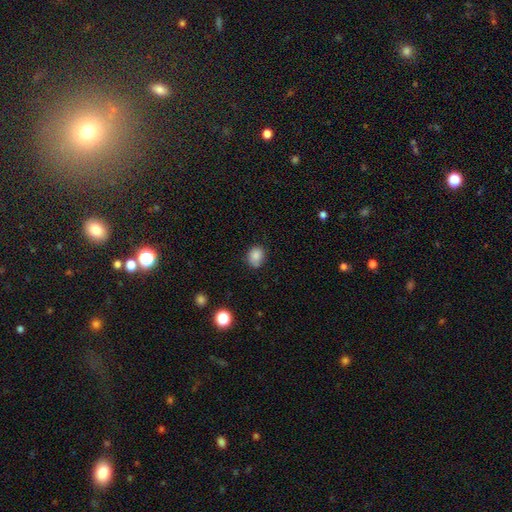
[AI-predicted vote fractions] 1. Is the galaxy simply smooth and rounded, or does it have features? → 84% smooth, 10% star or artifact, 6% featured or disk.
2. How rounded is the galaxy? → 59% round, 40% in between, 1% cigar-shaped.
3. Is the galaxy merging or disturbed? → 72% none, 21% minor disturbance, 4% major disturbance, 2% merger.